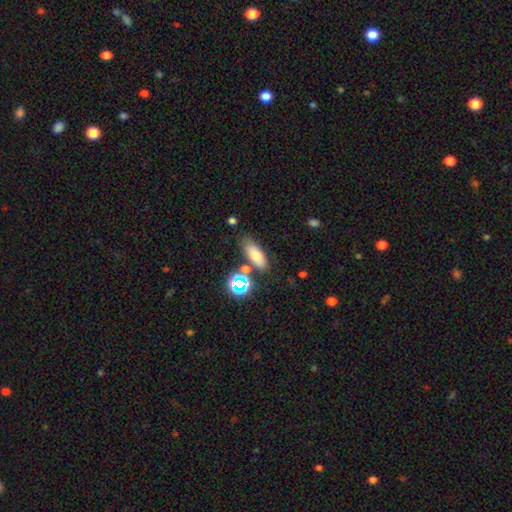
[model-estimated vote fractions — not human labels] Smooth or featured? Predicted: smooth (p=0.71). How rounded? Predicted: in between (p=0.70). Merging? Predicted: none (p=0.70).